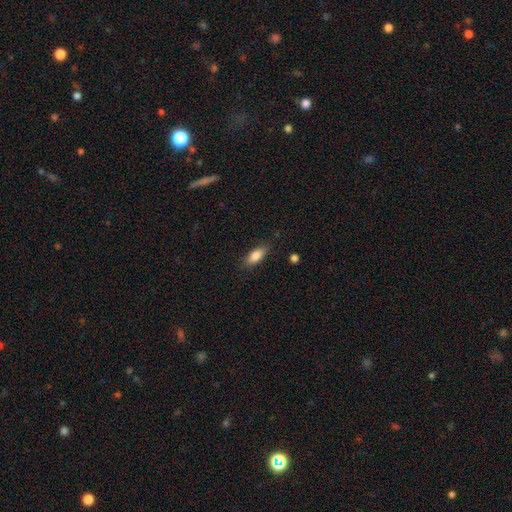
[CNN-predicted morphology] smooth 83%, featured or disk 10%, star or artifact 7%. Down the decision tree: how rounded — in between (80%); merging — none (84%).